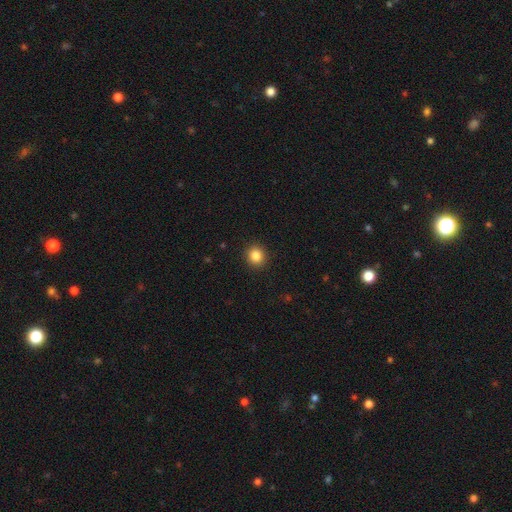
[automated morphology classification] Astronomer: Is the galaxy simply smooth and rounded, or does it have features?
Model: smooth — 85%.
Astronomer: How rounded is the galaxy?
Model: round — 88%.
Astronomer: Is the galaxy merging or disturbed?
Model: none — 92%.